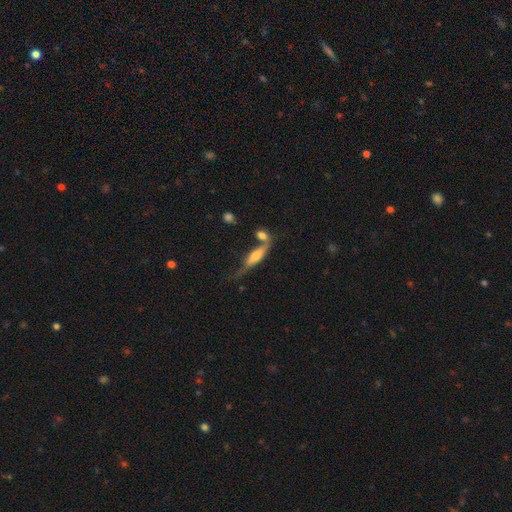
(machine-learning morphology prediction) Smooth or featured?
  - smooth: 50% *
  - featured or disk: 43%
  - star or artifact: 7%
Merging?
  - none: 36% *
  - merger: 30%
  - minor disturbance: 21%
  - major disturbance: 14%